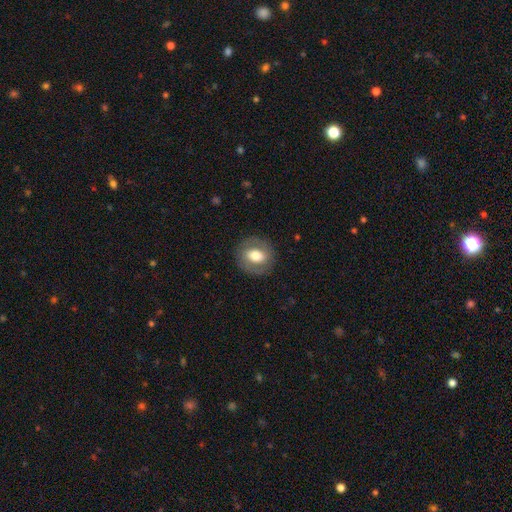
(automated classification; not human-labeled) smooth 57%, featured or disk 35%, star or artifact 7%. Down the decision tree: how rounded — round (69%); merging — none (85%).